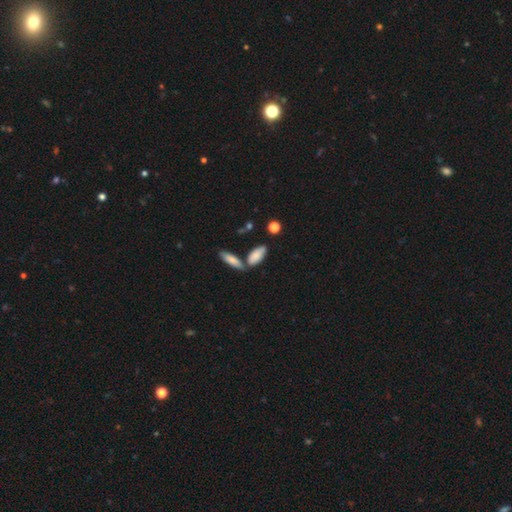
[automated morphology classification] smooth_or_featured: smooth (p=0.81) [alt: featured or disk p=0.12]
how_rounded: in between (p=0.79) [alt: cigar-shaped p=0.18]
merging: none (p=0.60) [alt: merger p=0.21]